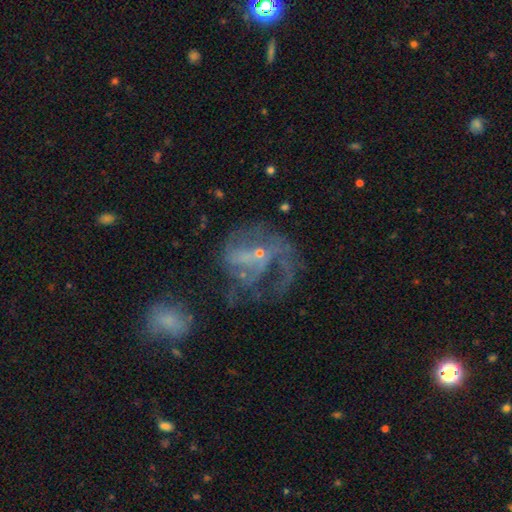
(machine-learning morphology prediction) A featured or disk galaxy (73%) with no bar (55%), 1 (35%) loose (42%) spiral arms (70%) and a small central bulge (62%). Merging: major disturbance (44%).